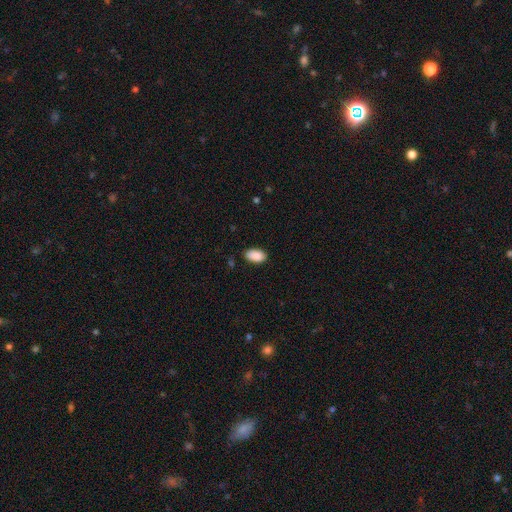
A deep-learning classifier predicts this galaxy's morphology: A smooth galaxy with no disk features (90%) that is in between round and cigar-shaped (94%). Merging: none (83%).